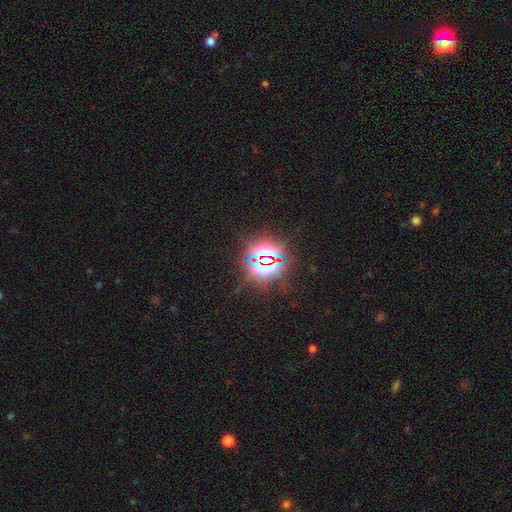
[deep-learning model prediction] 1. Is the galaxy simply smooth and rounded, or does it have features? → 80% star or artifact, 12% smooth, 8% featured or disk.